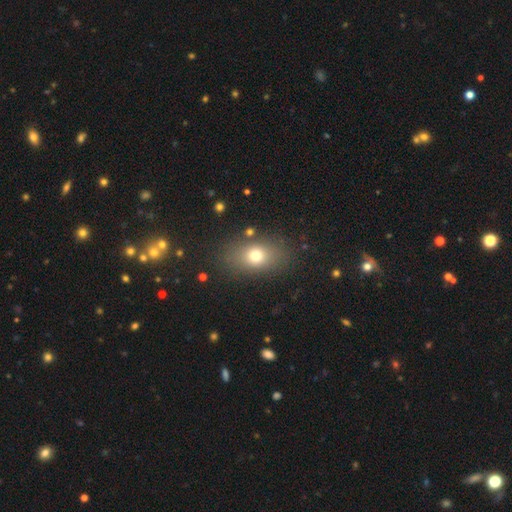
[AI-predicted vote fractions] Smooth or featured? Predicted: smooth (p=0.73). How rounded? Predicted: in between (p=0.72). Merging? Predicted: none (p=0.82).